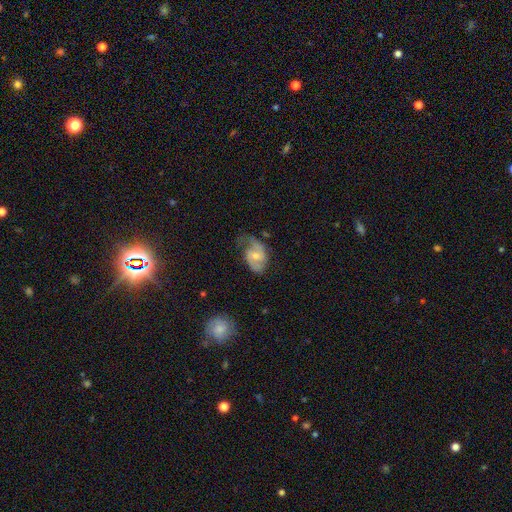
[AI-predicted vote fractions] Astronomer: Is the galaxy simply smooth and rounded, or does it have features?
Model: featured or disk — 64%.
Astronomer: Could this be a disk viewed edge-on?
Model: no — 96%.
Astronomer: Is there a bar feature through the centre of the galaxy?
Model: weak — 46% (runner-up: no, 43%).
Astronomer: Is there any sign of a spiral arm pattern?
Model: yes — 86%.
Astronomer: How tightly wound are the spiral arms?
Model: medium — 46% (runner-up: loose, 33%).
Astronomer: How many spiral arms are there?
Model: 2 — 74%.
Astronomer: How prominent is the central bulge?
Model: moderate — 47% (runner-up: small, 43%).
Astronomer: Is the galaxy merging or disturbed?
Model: none — 45% (runner-up: minor disturbance, 31%).